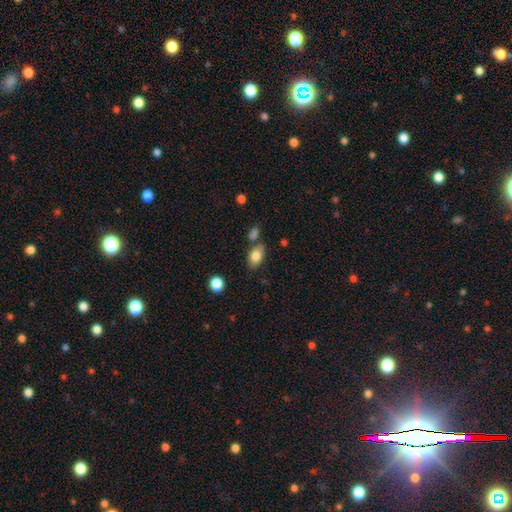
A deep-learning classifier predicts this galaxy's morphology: type=smooth (82%); roundness=in between (87%); merging=none (68%).